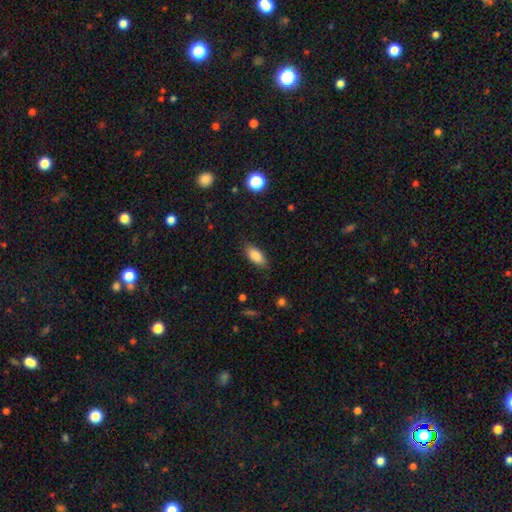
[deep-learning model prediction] smooth-or-featured: smooth: 86% | star or artifact: 7% | featured or disk: 6%
  how-rounded: in between: 85% | cigar-shaped: 12% | round: 3%
  merging: none: 84% | minor disturbance: 12% | major disturbance: 3% | merger: 1%